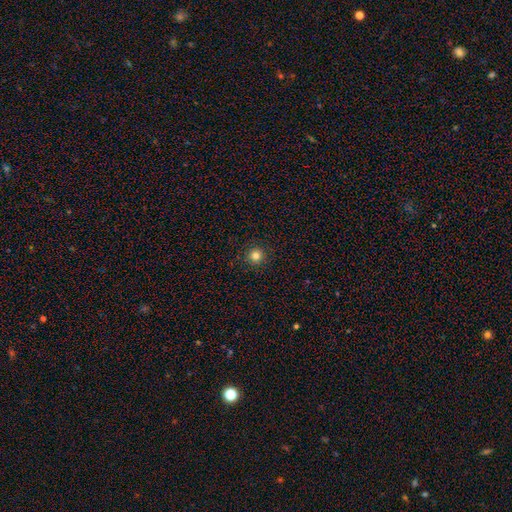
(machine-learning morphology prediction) Overall: smooth (81%). How rounded: round (96%). Merging: none (93%).